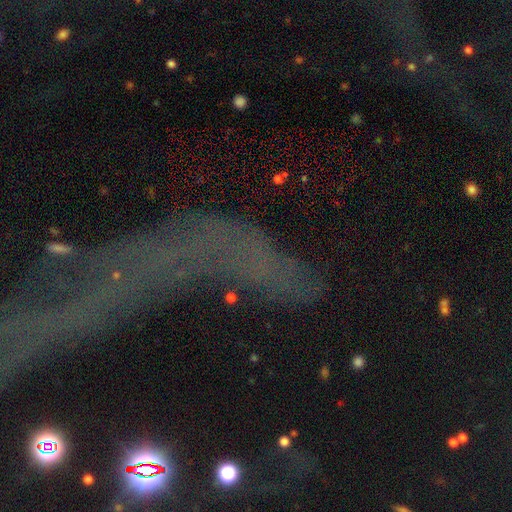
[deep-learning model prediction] A star or artifact, not a galaxy (56%).